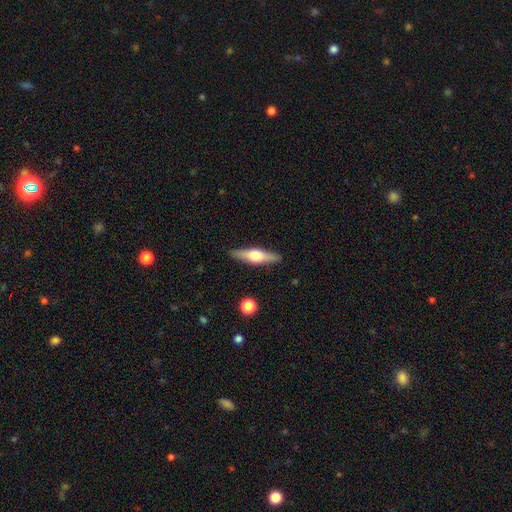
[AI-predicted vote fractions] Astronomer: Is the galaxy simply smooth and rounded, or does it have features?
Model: featured or disk — 59% (runner-up: smooth, 35%).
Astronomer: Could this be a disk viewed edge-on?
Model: yes — 95%.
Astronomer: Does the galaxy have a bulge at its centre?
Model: rounded — 93%.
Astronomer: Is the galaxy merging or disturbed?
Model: none — 89%.